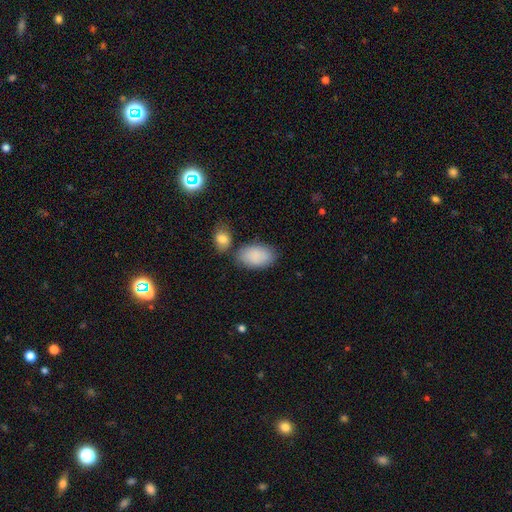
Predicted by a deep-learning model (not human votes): Smooth or featured? Predicted: smooth (p=0.88). How rounded? Predicted: in between (p=0.93). Merging? Predicted: none (p=0.67).